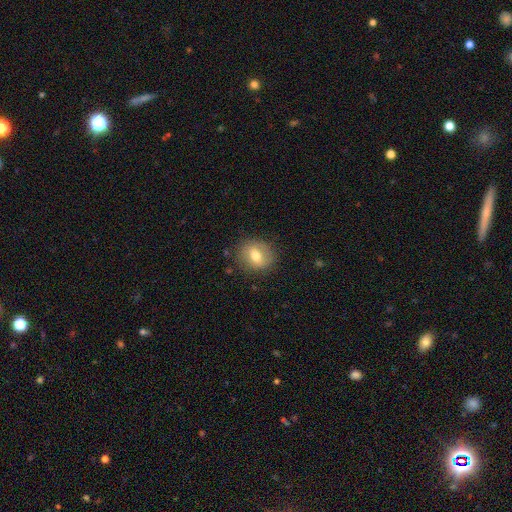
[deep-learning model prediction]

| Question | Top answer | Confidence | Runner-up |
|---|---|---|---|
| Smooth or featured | smooth | 66% | featured or disk (26%) |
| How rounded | round | 66% | in between (32%) |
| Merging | none | 83% | minor disturbance (12%) |